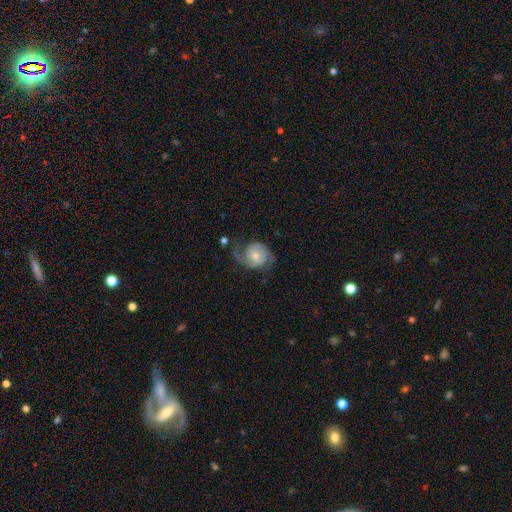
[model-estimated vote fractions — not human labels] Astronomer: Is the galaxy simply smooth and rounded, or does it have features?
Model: featured or disk — 77%.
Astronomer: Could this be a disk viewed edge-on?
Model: no — 97%.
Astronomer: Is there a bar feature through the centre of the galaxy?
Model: no — 60%.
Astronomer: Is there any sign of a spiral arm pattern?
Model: yes — 93%.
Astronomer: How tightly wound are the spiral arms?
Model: medium — 45% (runner-up: tight, 28%).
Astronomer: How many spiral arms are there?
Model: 2 — 84%.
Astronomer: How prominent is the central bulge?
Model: moderate — 54% (runner-up: small, 38%).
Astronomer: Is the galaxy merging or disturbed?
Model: none — 59%.